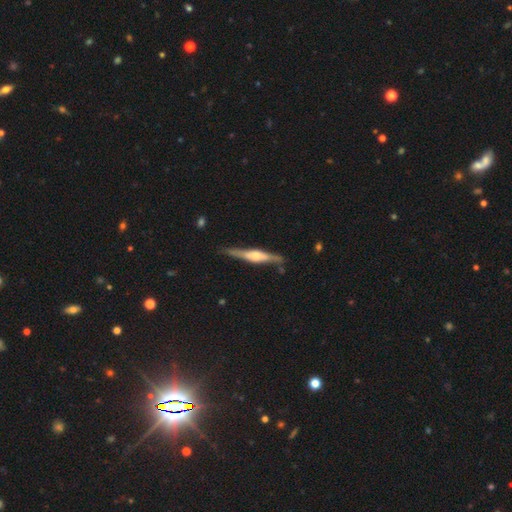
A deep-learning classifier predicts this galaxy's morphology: smooth_or_featured: featured or disk (p=0.73) [alt: smooth p=0.22]
disk_edge_on: yes (p=0.96) [alt: no p=0.04]
edge_on_bulge: rounded (p=0.75) [alt: boxy p=0.20]
merging: none (p=0.82) [alt: minor disturbance p=0.13]